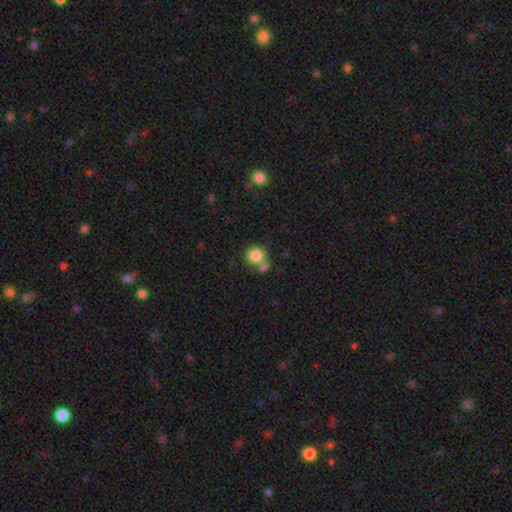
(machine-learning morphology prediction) smooth 82%, star or artifact 9%, featured or disk 9%. Down the decision tree: how rounded — round (84%); merging — none (51%).